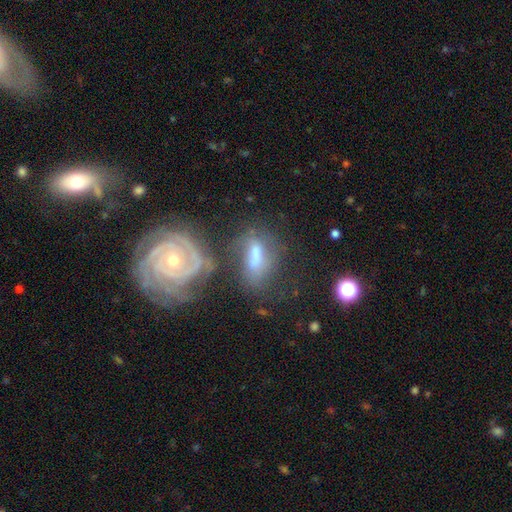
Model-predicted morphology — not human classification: type=featured or disk (58%); edge-on=no (91%); bar=weak (37%); spiral arms=yes (87%); bulge=moderate (51%); merging=none (46%).